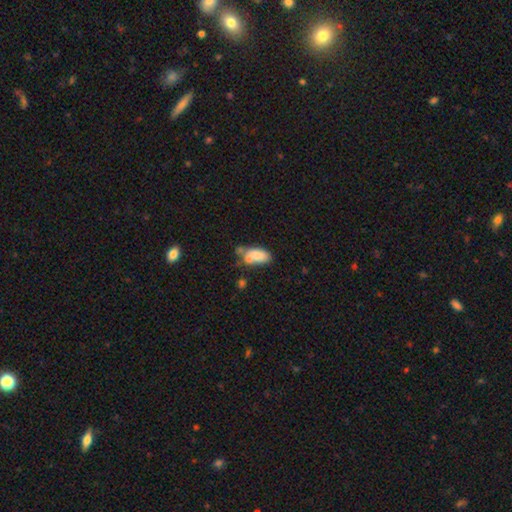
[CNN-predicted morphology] Smooth or featured? Predicted: smooth (p=0.76). How rounded? Predicted: in between (p=0.90). Merging? Predicted: none (p=0.34).